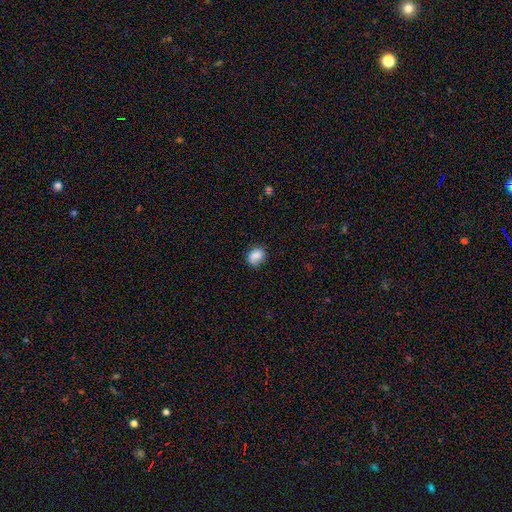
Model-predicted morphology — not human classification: Q: Smooth or featured?
A: smooth (84%); runner-up: star or artifact (9%)
Q: How rounded?
A: in between (54%); runner-up: round (45%)
Q: Merging?
A: none (73%); runner-up: minor disturbance (20%)